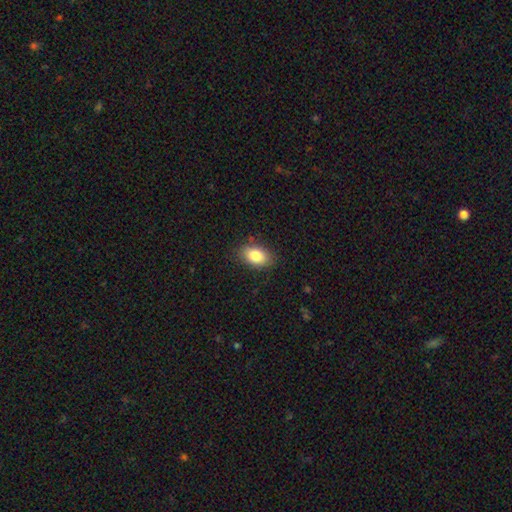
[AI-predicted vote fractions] smooth-or-featured: smooth: 84% | featured or disk: 8% | star or artifact: 8%
  how-rounded: in between: 89% | round: 9% | cigar-shaped: 2%
  merging: none: 84% | minor disturbance: 12% | major disturbance: 3% | merger: 1%